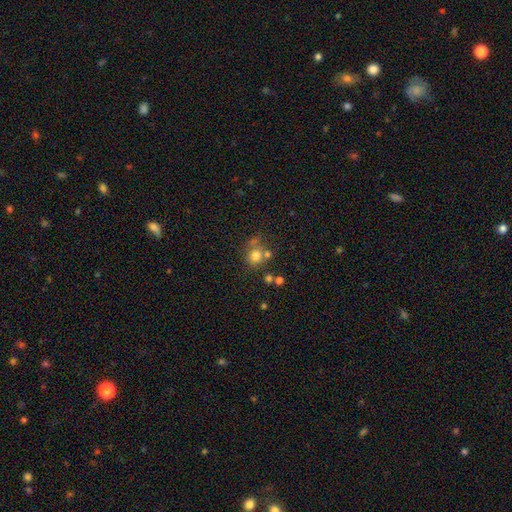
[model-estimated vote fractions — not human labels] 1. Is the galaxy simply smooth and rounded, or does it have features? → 74% smooth, 15% star or artifact, 10% featured or disk.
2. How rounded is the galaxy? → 85% round, 14% in between, 1% cigar-shaped.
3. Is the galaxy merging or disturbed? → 58% none, 24% merger, 12% minor disturbance, 6% major disturbance.